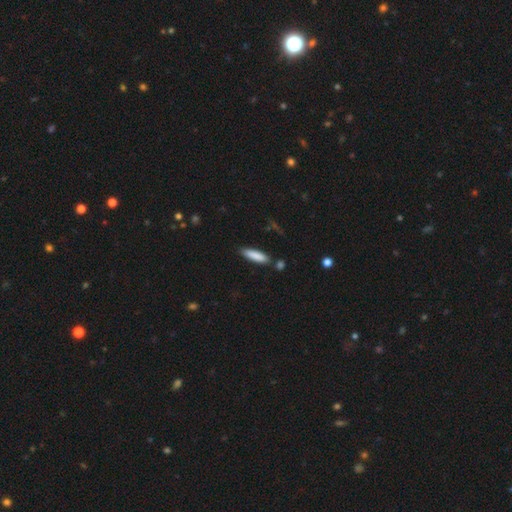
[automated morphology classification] smooth-or-featured: smooth: 84% | featured or disk: 10% | star or artifact: 6%
  how-rounded: cigar-shaped: 76% | in between: 23% | round: 1%
  merging: none: 81% | minor disturbance: 12% | merger: 5% | major disturbance: 2%